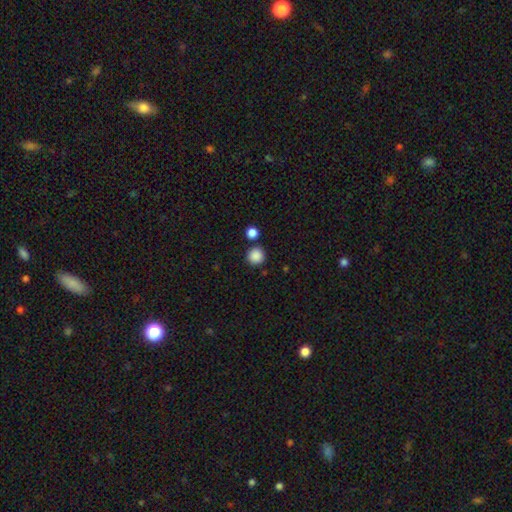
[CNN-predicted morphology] The model was most divided on "merging": none: 82%, merger: 8%, minor disturbance: 7%, major disturbance: 3%. More confident: how rounded — round (94%); smooth or featured — smooth (87%).